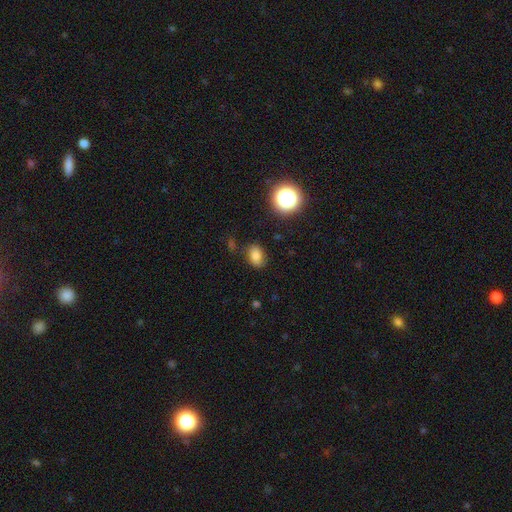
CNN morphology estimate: A smooth galaxy with no disk features (75%) that is in between round and cigar-shaped (78%).

Vote fractions:
- Smooth or featured? smooth: 75% / star or artifact: 14% / featured or disk: 10%
- How rounded? in between: 78% / round: 20% / cigar-shaped: 1%
- Merging? none: 75% / minor disturbance: 18% / major disturbance: 5% / merger: 2%